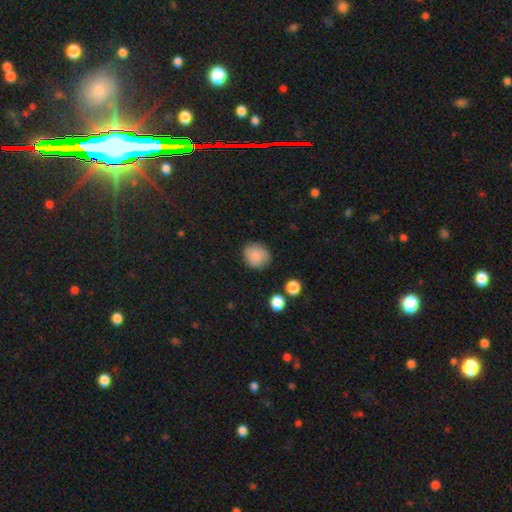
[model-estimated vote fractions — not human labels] A smooth galaxy with no disk features (86%) that is round (77%). Merging: none (82%).